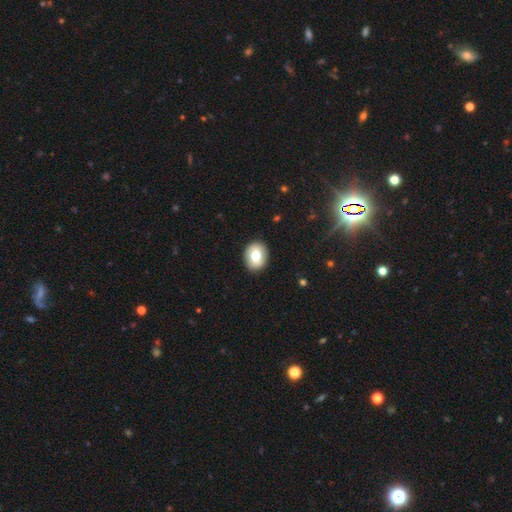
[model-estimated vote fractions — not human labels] A smooth galaxy with no disk features (73%) that is round (53%). Merging: none (90%).